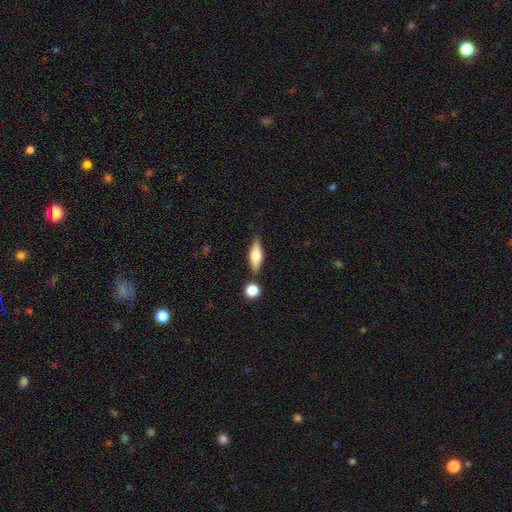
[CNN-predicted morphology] smooth-or-featured: smooth: 52% | featured or disk: 41% | star or artifact: 7%
  how-rounded: in between: 52% | cigar-shaped: 43% | round: 5%
  merging: none: 77% | minor disturbance: 12% | merger: 8% | major disturbance: 3%